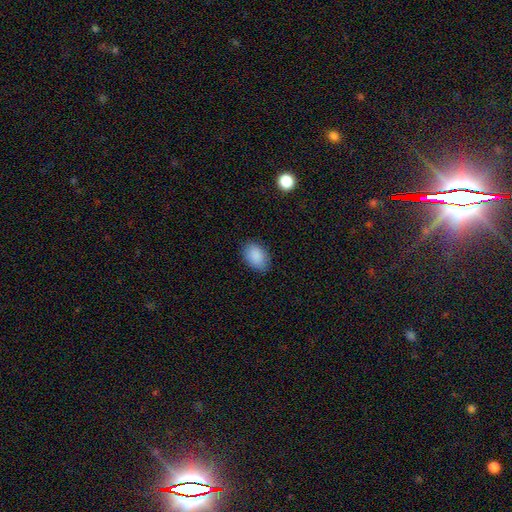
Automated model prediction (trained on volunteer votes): A smooth galaxy with no disk features (89%) that is in between round and cigar-shaped (88%). Merging: none (86%).